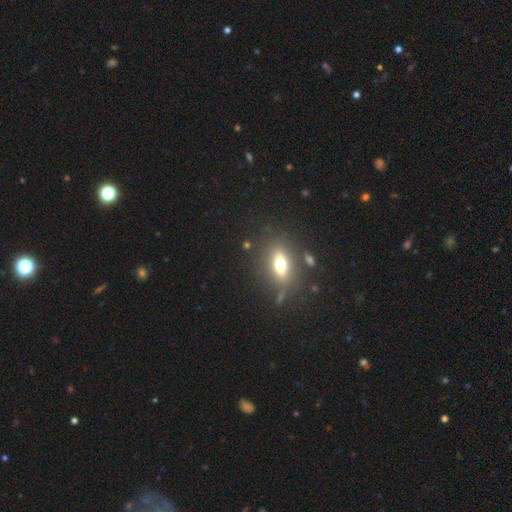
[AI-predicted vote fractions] Morphology: type=smooth (49%); merging=none (82%).